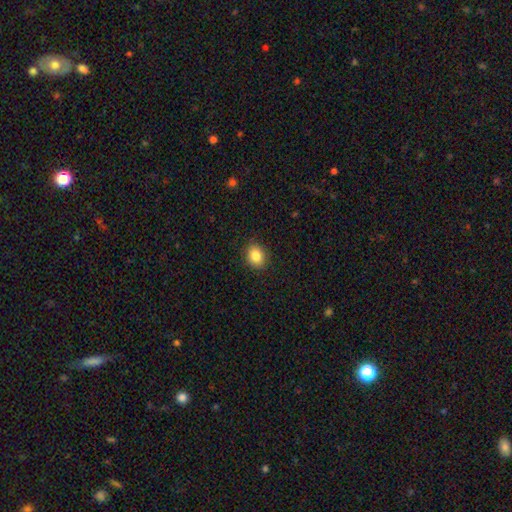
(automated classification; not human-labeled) Q: Smooth or featured?
A: smooth (85%); runner-up: star or artifact (9%)
Q: How rounded?
A: round (53%); runner-up: in between (46%)
Q: Merging?
A: none (89%); runner-up: minor disturbance (8%)